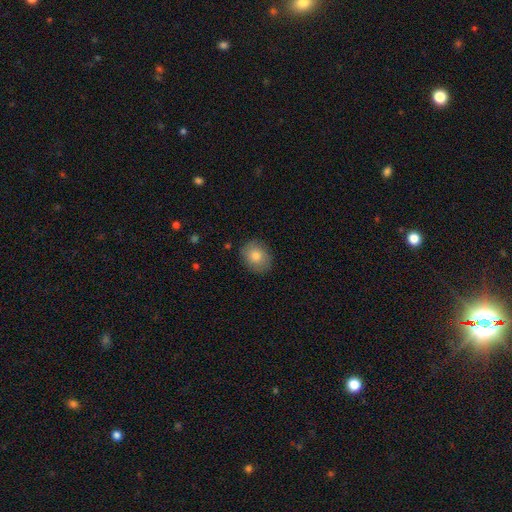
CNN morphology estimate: smooth 80%, featured or disk 12%, star or artifact 8%. Down the decision tree: how rounded — round (56%); merging — none (85%).